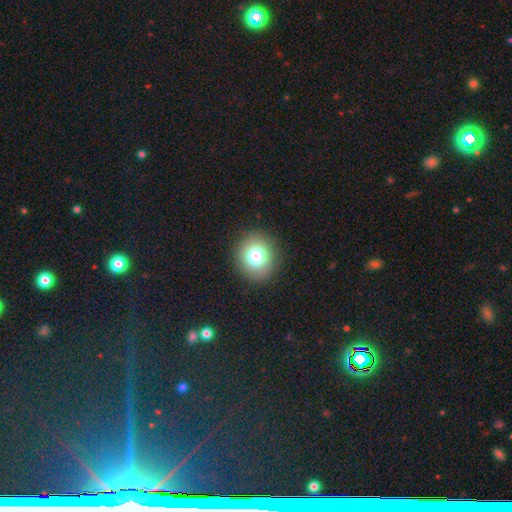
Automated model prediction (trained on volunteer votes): A smooth galaxy with no disk features (77%) that is round (85%). Merging: none (91%).